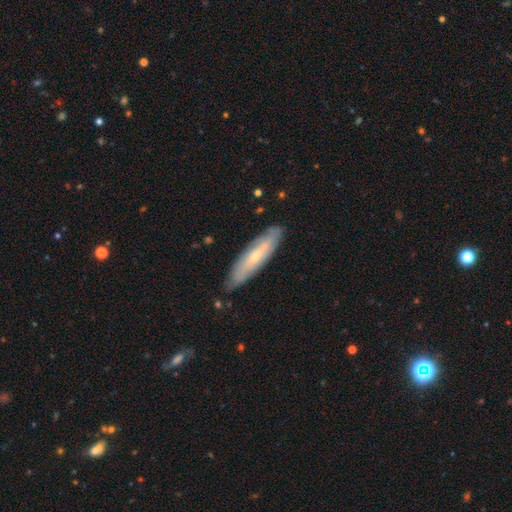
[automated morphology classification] A featured or disk galaxy (51%).

Vote fractions:
- Smooth or featured? featured or disk: 51% / smooth: 42% / star or artifact: 7%
- Edge-on disk? no: 51% / yes: 49%
- Merging? none: 83% / minor disturbance: 13% / major disturbance: 2% / merger: 2%